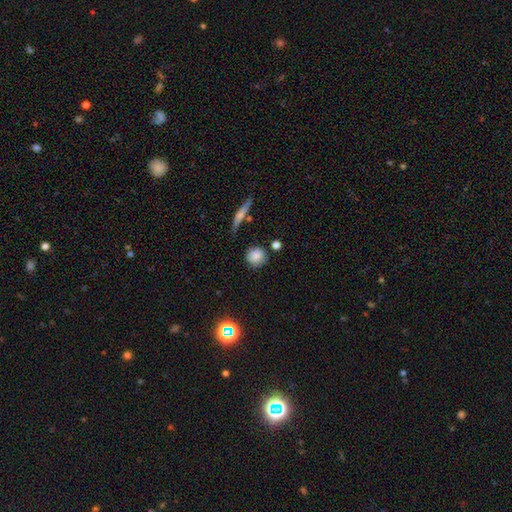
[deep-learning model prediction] Overall: smooth (80%). How rounded: round (89%). Merging: none (76%).